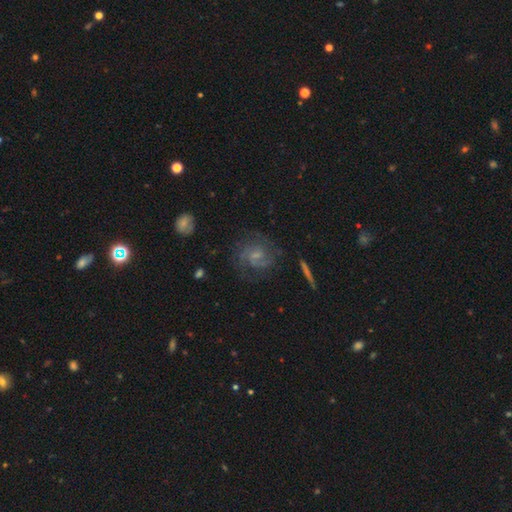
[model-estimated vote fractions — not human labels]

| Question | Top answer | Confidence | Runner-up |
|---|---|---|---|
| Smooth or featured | featured or disk | 73% | smooth (18%) |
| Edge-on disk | no | 96% | yes (4%) |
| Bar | weak | 48% | no (41%) |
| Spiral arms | yes | 91% | no (9%) |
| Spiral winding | medium | 45% | tight (38%) |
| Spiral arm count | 2 | 48% | can't tell (27%) |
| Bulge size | small | 50% | moderate (28%) |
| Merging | none | 68% | minor disturbance (17%) |